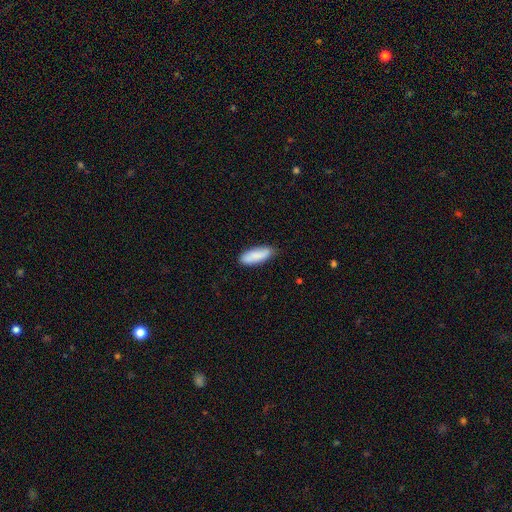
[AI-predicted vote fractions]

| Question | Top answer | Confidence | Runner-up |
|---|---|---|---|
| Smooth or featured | smooth | 85% | featured or disk (10%) |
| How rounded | in between | 65% | cigar-shaped (33%) |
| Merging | none | 82% | minor disturbance (14%) |